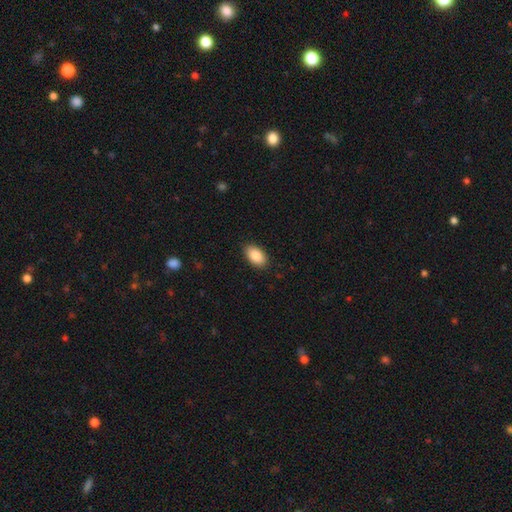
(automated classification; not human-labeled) Overall: smooth (89%). How rounded: in between (94%). Merging: none (88%).